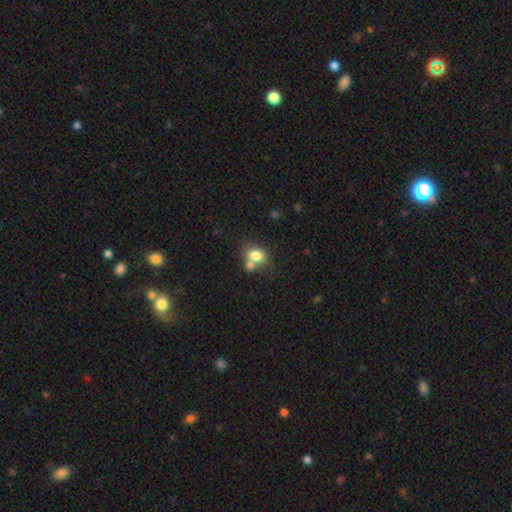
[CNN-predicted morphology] Q: Smooth or featured?
A: smooth (77%); runner-up: featured or disk (13%)
Q: How rounded?
A: in between (59%); runner-up: round (39%)
Q: Merging?
A: merger (44%); runner-up: none (39%)